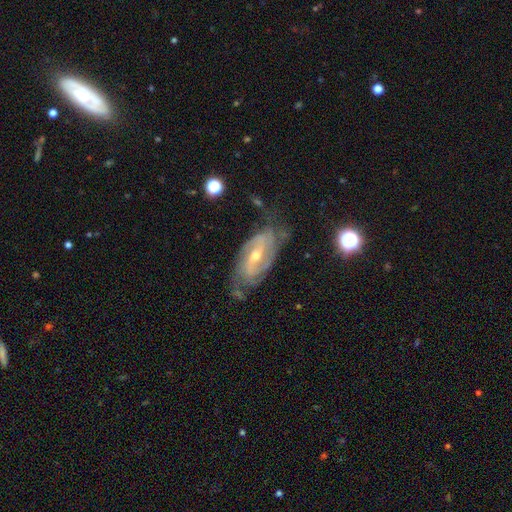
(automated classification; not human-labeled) This appears to be a featured or disk galaxy (86%) with a weak bar (42%), 2 (63%) tight (44%) spiral arms (95%) and a small central bulge (54%). Merging: none (65%).